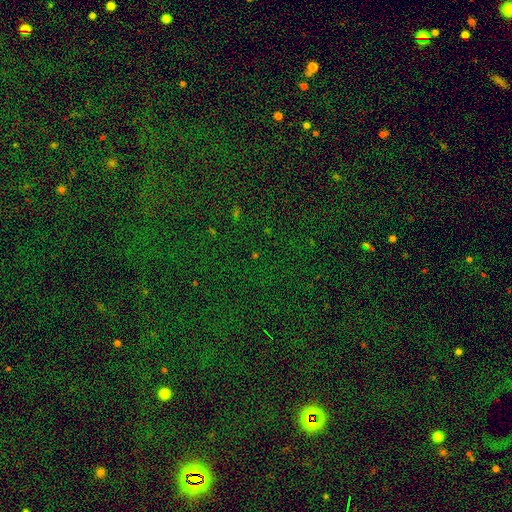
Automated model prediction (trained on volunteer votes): The model was most divided on "smooth or featured": star or artifact: 75%, smooth: 17%, featured or disk: 8%.